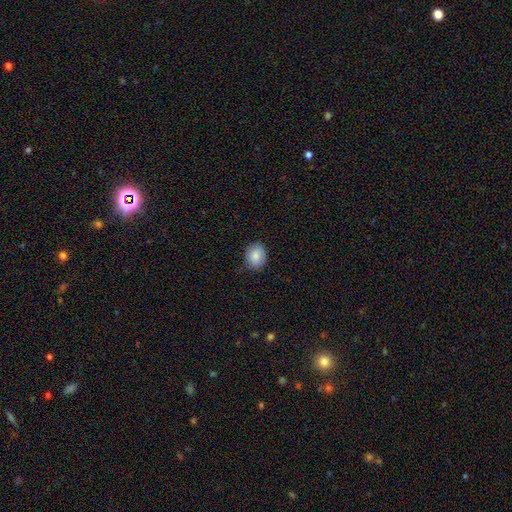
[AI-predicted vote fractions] Smooth or featured: smooth — 85% (star or artifact — 7%)
How rounded: round — 54% (in between — 45%)
Merging: none — 78% (minor disturbance — 18%)